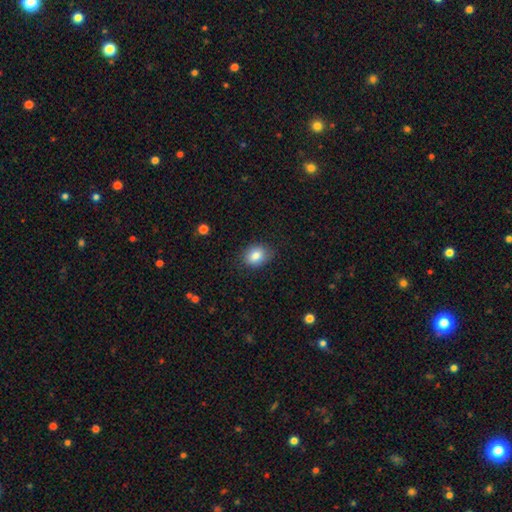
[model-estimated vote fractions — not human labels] This appears to be a smooth galaxy with no disk features (84%) that is in between round and cigar-shaped (58%). Merging: none (81%).